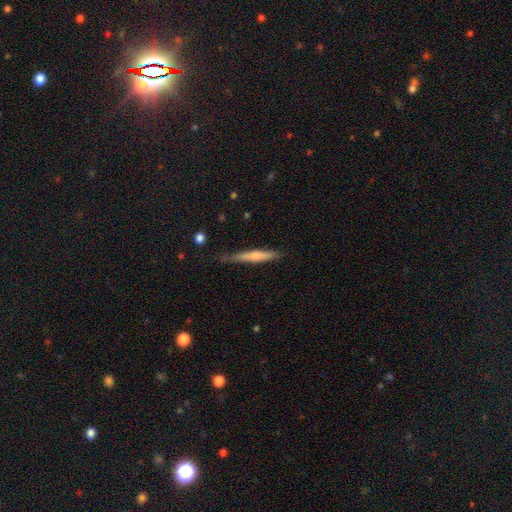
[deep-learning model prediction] Morphology: type=smooth (55%); roundness=cigar-shaped (92%); merging=none (71%).